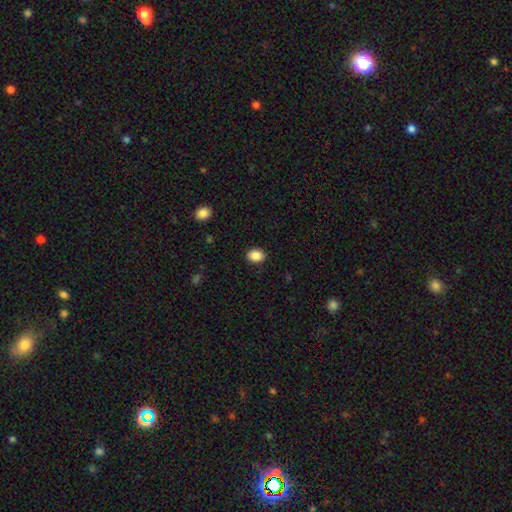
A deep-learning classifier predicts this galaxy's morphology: The model was most divided on "how rounded": in between: 64%, round: 35%, cigar-shaped: 1%. More confident: merging — none (89%); smooth or featured — smooth (88%).